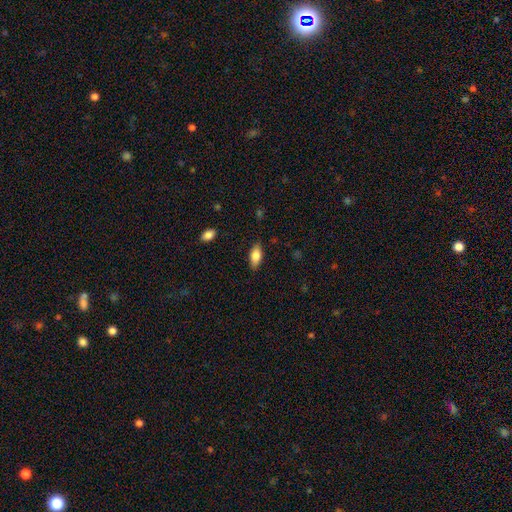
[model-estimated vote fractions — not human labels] smooth-or-featured: smooth: 76% | featured or disk: 17% | star or artifact: 7%
  how-rounded: in between: 84% | cigar-shaped: 13% | round: 3%
  merging: none: 85% | minor disturbance: 12% | major disturbance: 3% | merger: 1%